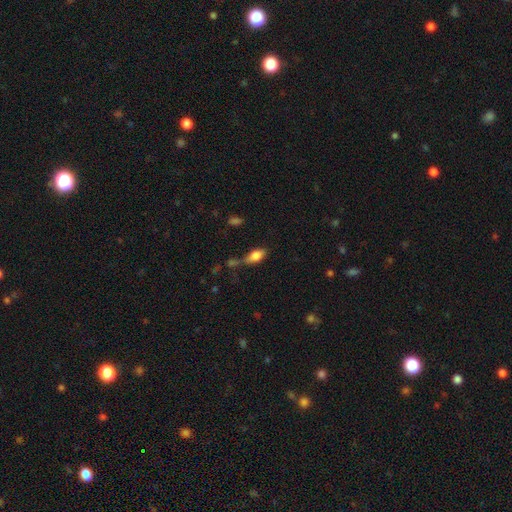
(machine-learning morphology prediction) smooth-or-featured: smooth: 76% | featured or disk: 15% | star or artifact: 9%
  how-rounded: in between: 85% | cigar-shaped: 9% | round: 6%
  merging: none: 39% | minor disturbance: 24% | merger: 21% | major disturbance: 16%